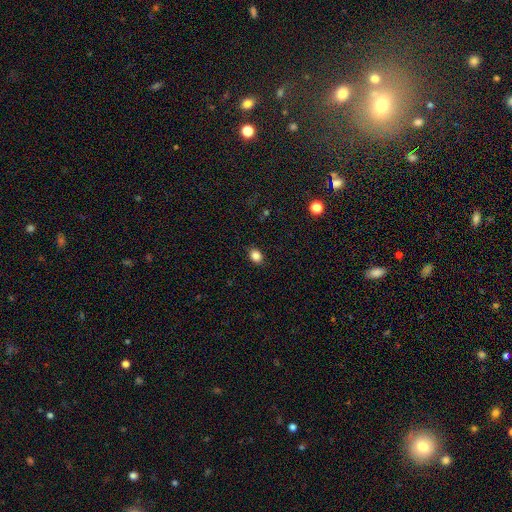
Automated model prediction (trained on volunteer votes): This is clearly a smooth galaxy (85%). How rounded: likely in between (66%). Merging: clearly none (88%).